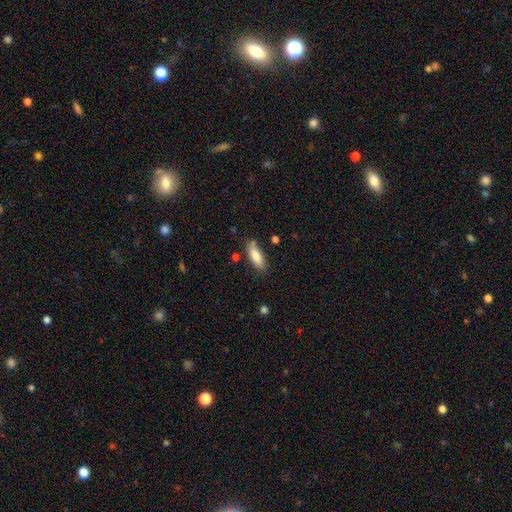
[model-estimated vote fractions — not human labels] smooth-or-featured: smooth: 83% | featured or disk: 11% | star or artifact: 6%
  how-rounded: in between: 64% | cigar-shaped: 34% | round: 2%
  merging: none: 76% | minor disturbance: 16% | merger: 5% | major disturbance: 3%